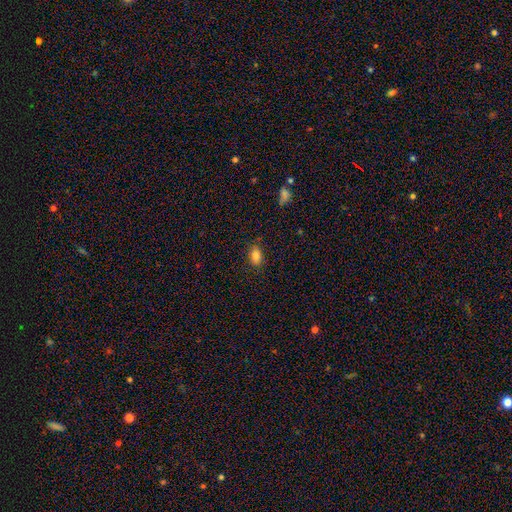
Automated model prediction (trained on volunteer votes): Q: Smooth or featured?
A: smooth (84%); runner-up: star or artifact (10%)
Q: How rounded?
A: in between (87%); runner-up: round (10%)
Q: Merging?
A: none (84%); runner-up: minor disturbance (12%)